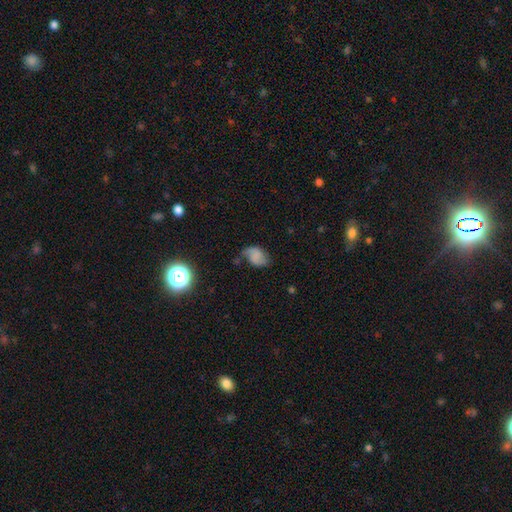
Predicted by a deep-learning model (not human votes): Smooth or featured? Predicted: smooth (p=0.48). Merging? Predicted: none (p=0.52).